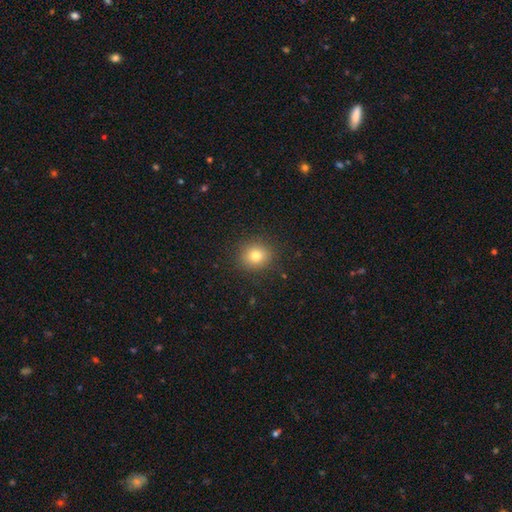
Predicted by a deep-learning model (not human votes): Morphology: type=smooth (79%); roundness=round (81%); merging=none (89%).